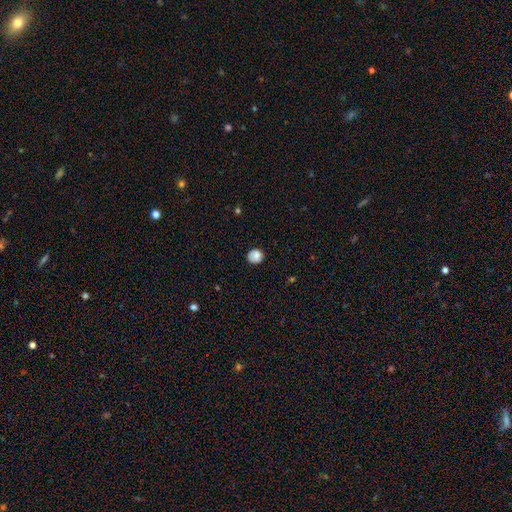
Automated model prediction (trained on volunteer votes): A smooth galaxy with no disk features (84%) that is round (87%). Merging: none (82%).